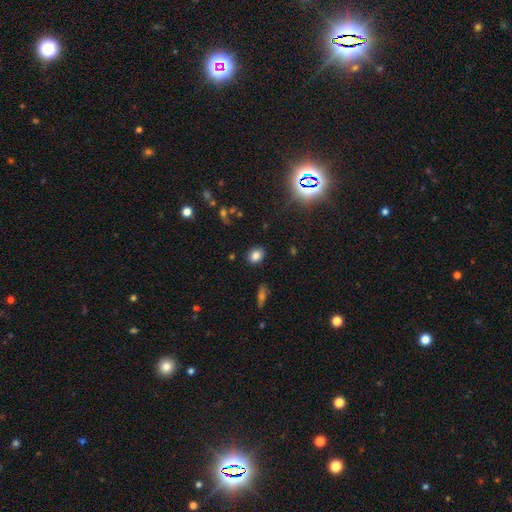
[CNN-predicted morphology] A smooth galaxy with no disk features (81%) that is round (52%). Merging: none (88%).